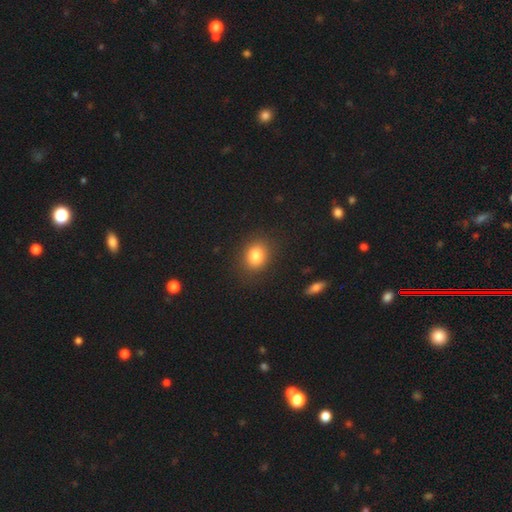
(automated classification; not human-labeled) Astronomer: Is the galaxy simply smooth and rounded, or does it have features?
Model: smooth — 82%.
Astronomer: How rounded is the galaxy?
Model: round — 58% (runner-up: in between, 41%).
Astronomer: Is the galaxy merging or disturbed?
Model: none — 87%.